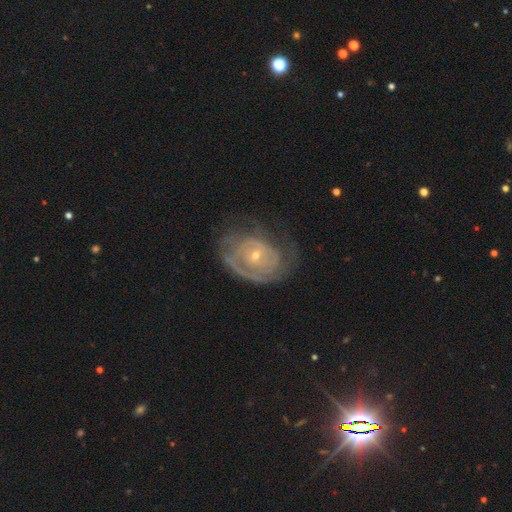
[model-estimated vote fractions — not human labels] This appears to be a featured or disk galaxy (83%) with no bar (69%), tight (70%) spiral arms (90%) and a small central bulge (71%). Merging: none (59%).